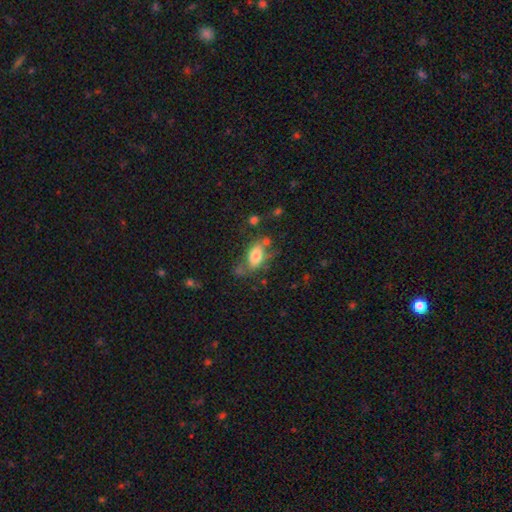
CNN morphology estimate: The model was most divided on "merging": none: 49%, minor disturbance: 25%, major disturbance: 15%, merger: 12%. More confident: how rounded — in between (86%); smooth or featured — smooth (68%).